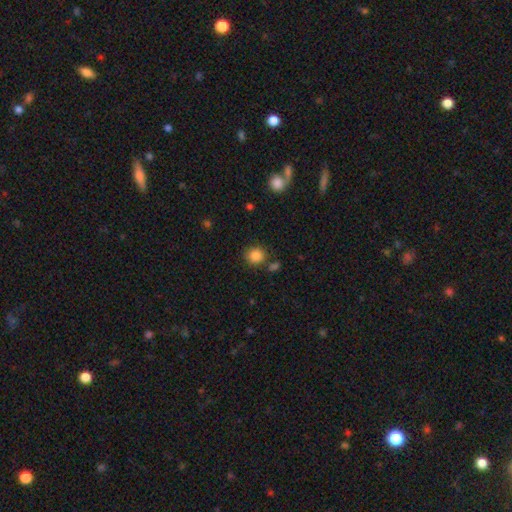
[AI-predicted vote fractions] Overall: smooth (85%). How rounded: round (88%). Merging: none (80%).